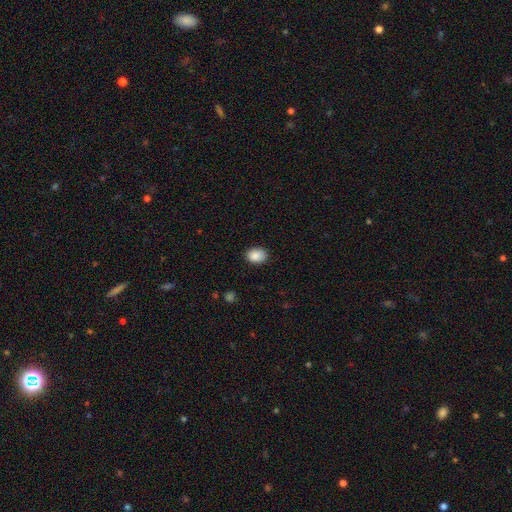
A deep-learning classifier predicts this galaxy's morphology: Q: Smooth or featured?
A: smooth (88%); runner-up: star or artifact (8%)
Q: How rounded?
A: in between (66%); runner-up: round (34%)
Q: Merging?
A: none (85%); runner-up: minor disturbance (12%)